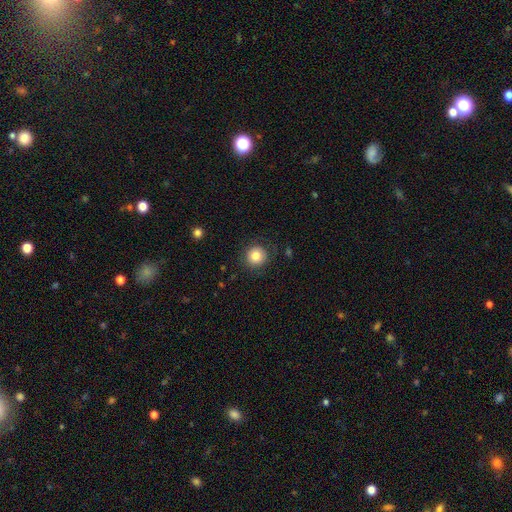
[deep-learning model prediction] smooth_or_featured: smooth (p=0.82) [alt: star or artifact p=0.10]
how_rounded: round (p=0.94) [alt: in between p=0.05]
merging: none (p=0.87) [alt: minor disturbance p=0.09]